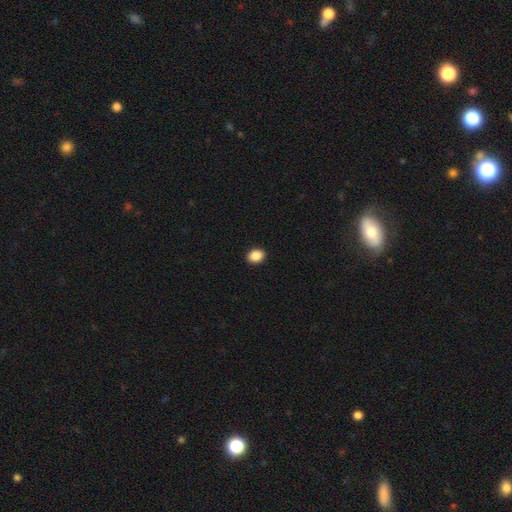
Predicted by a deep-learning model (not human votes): Smooth or featured? Predicted: smooth (p=0.89). How rounded? Predicted: in between (p=0.57). Merging? Predicted: none (p=0.92).